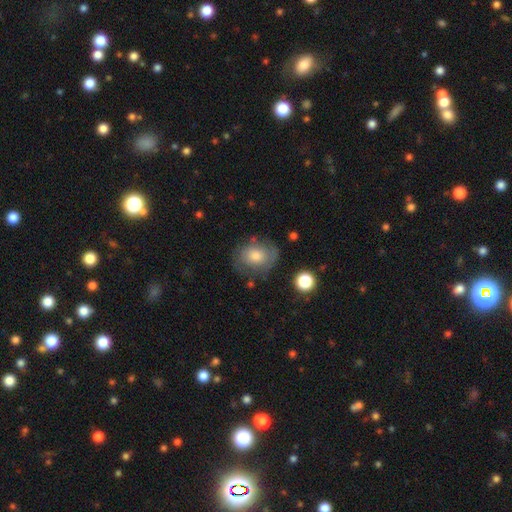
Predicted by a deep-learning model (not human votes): A smooth galaxy with no disk features (62%) that is round (56%).

Vote fractions:
- Smooth or featured? smooth: 62% / featured or disk: 29% / star or artifact: 9%
- How rounded? round: 56% / in between: 43% / cigar-shaped: 1%
- Merging? none: 66% / minor disturbance: 22% / major disturbance: 9% / merger: 3%